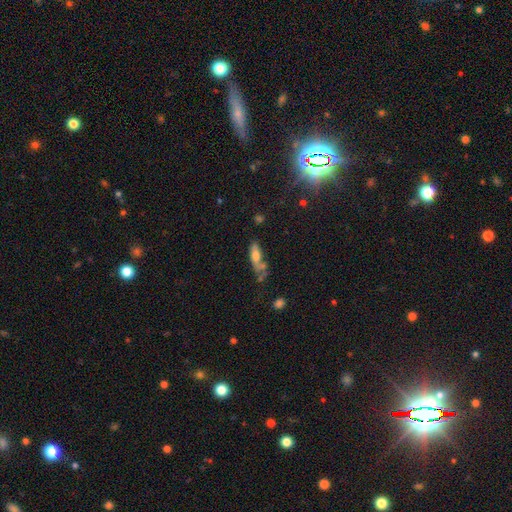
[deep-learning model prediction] Smooth or featured?
  - smooth: 63% *
  - featured or disk: 29%
  - star or artifact: 9%
How rounded?
  - in between: 56% *
  - cigar-shaped: 41%
  - round: 3%
Merging?
  - none: 35% *
  - minor disturbance: 25%
  - merger: 20%
  - major disturbance: 19%